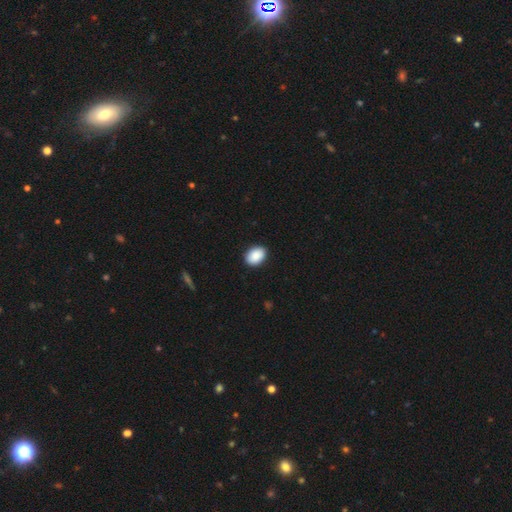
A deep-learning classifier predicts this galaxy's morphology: Smooth or featured? Predicted: smooth (p=0.90). How rounded? Predicted: in between (p=0.78). Merging? Predicted: none (p=0.90).